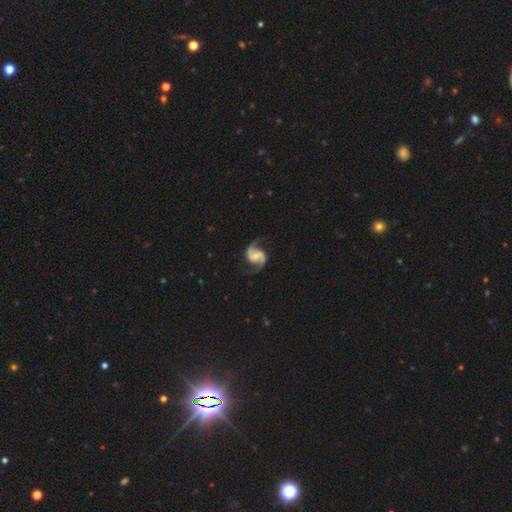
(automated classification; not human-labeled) A featured or disk galaxy (91%) with a weak bar (44%), 2 (94%) medium (50%) spiral arms (98%) and a small central bulge (45%). Merging: none (82%).